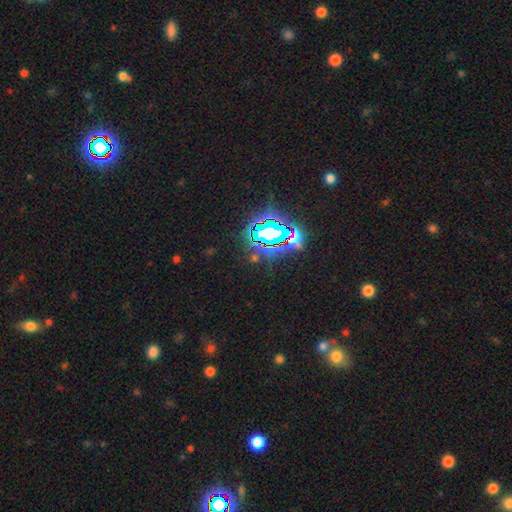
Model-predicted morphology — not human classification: A star or artifact, not a galaxy (79%).